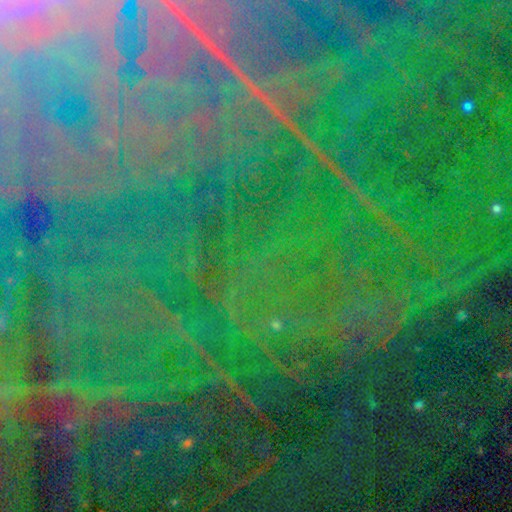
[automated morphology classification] Smooth or featured?
  - star or artifact: 87% *
  - featured or disk: 7%
  - smooth: 6%